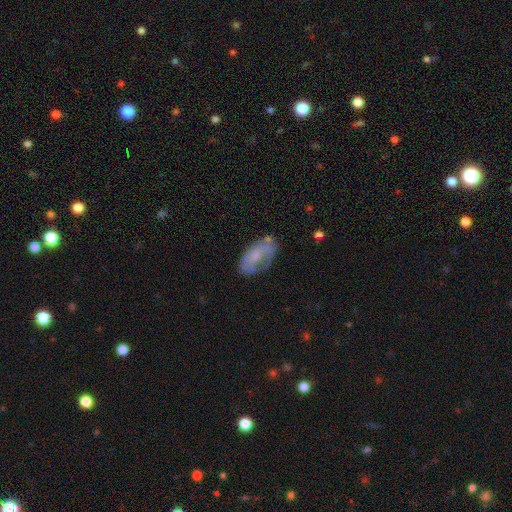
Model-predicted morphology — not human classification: Smooth or featured?
  - smooth: 49% *
  - featured or disk: 44%
  - star or artifact: 7%
Merging?
  - none: 54% *
  - minor disturbance: 29%
  - major disturbance: 13%
  - merger: 5%